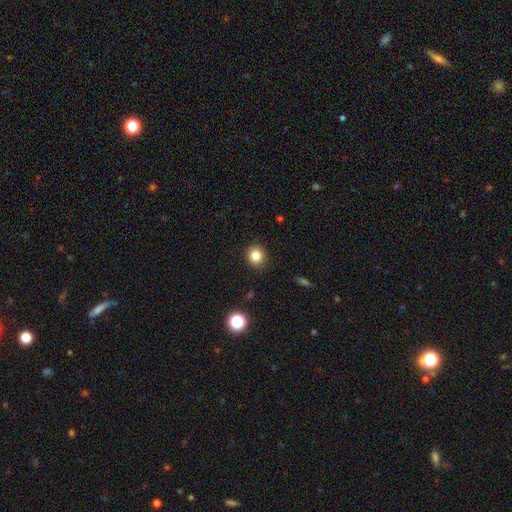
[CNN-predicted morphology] Smooth or featured?
  - smooth: 82% *
  - star or artifact: 11%
  - featured or disk: 6%
How rounded?
  - round: 81% *
  - in between: 18%
  - cigar-shaped: 1%
Merging?
  - none: 90% *
  - minor disturbance: 7%
  - major disturbance: 2%
  - merger: 1%